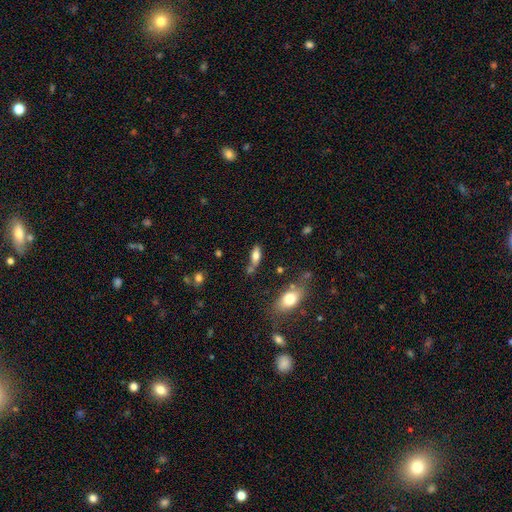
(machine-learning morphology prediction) Q: Smooth or featured?
A: smooth (69%); runner-up: featured or disk (22%)
Q: How rounded?
A: in between (72%); runner-up: cigar-shaped (25%)
Q: Merging?
A: none (58%); runner-up: minor disturbance (19%)